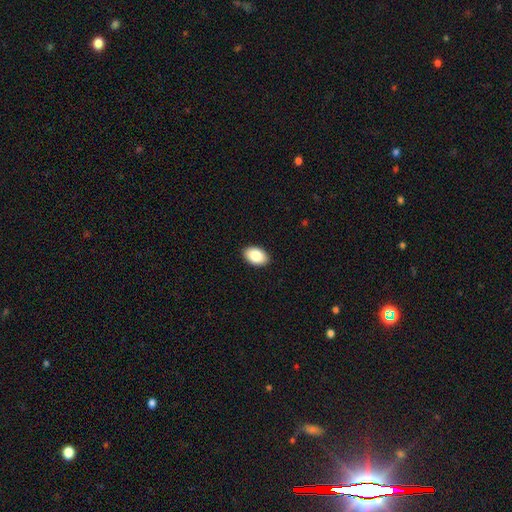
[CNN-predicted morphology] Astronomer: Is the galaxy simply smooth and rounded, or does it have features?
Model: smooth — 87%.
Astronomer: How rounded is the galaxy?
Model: in between — 90%.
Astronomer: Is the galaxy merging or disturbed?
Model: none — 91%.